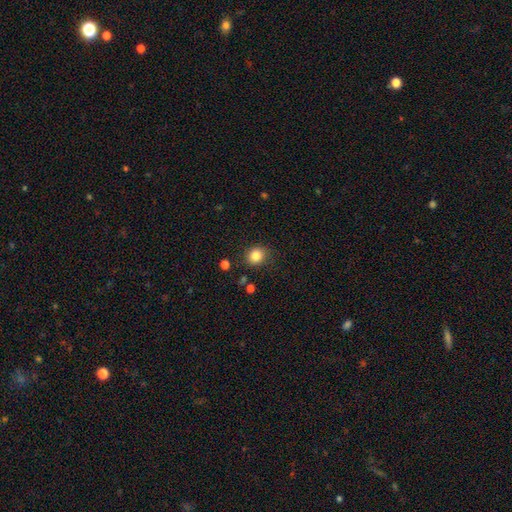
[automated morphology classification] Smooth or featured?
  - smooth: 84% *
  - star or artifact: 11%
  - featured or disk: 6%
How rounded?
  - round: 77% *
  - in between: 22%
  - cigar-shaped: 1%
Merging?
  - none: 84% *
  - minor disturbance: 10%
  - major disturbance: 3%
  - merger: 2%